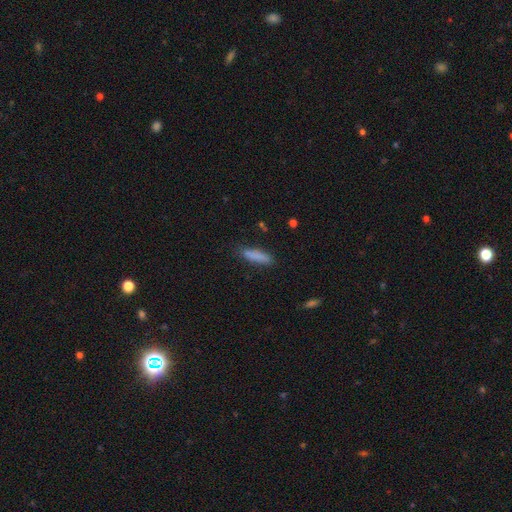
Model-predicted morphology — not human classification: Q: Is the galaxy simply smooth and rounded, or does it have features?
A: smooth — 85%.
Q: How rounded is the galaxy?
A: cigar-shaped — 70%.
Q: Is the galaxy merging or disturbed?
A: none — 82%.